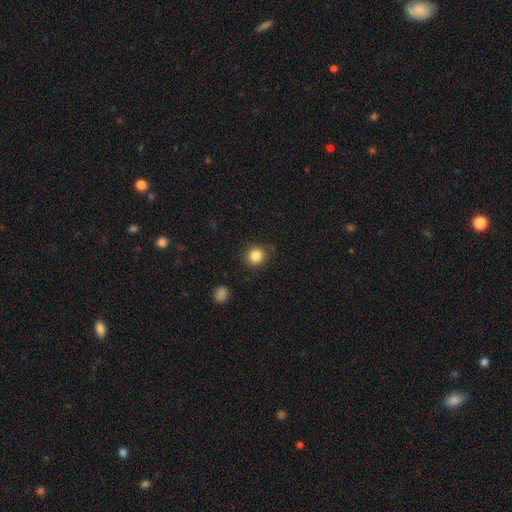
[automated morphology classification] Overall: smooth (84%). How rounded: round (90%). Merging: none (88%).